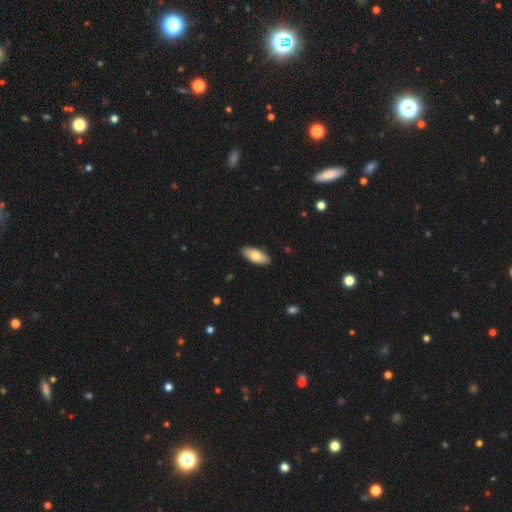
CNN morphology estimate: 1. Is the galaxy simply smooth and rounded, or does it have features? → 74% smooth, 20% featured or disk, 6% star or artifact.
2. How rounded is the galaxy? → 87% in between, 11% cigar-shaped, 2% round.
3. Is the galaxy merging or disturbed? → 90% none, 8% minor disturbance, 2% major disturbance, 1% merger.